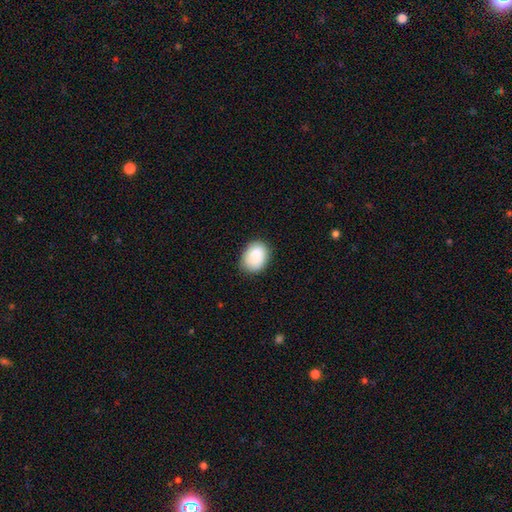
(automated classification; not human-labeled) This appears to be a smooth galaxy with no disk features (87%) that is in between round and cigar-shaped (62%). Merging: none (81%).